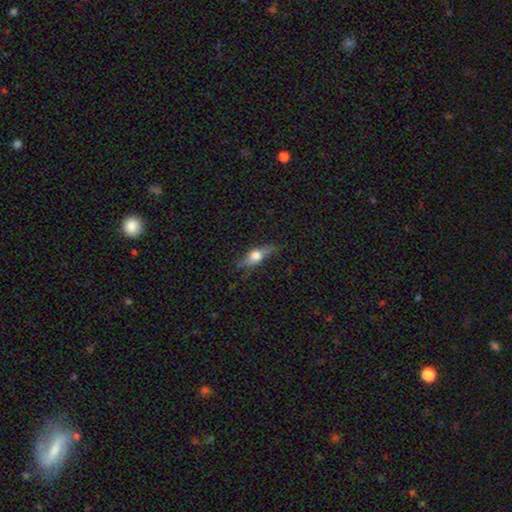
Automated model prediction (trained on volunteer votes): This is possibly a featured or disk galaxy (52%). It is clearly viewed edge-on (84%). Merging: likely none (75%).